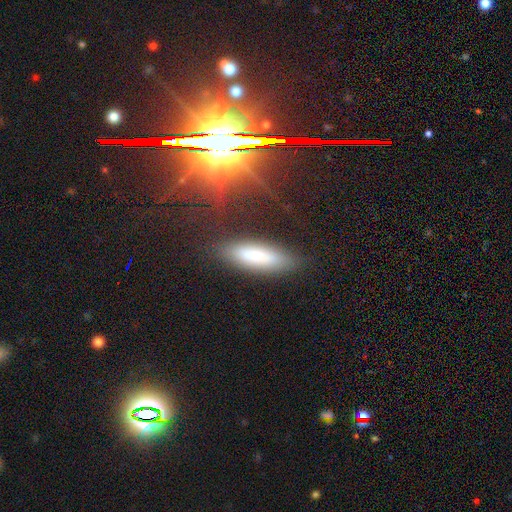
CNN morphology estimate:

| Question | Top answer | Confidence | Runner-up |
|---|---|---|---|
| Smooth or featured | smooth | 75% | featured or disk (17%) |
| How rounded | cigar-shaped | 54% | in between (44%) |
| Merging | none | 83% | minor disturbance (11%) |